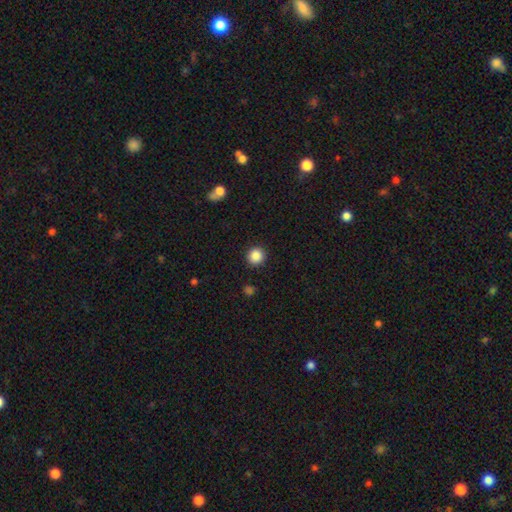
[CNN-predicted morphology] Smooth or featured? smooth (87%)
How rounded? round (92%)
Merging? none (91%)